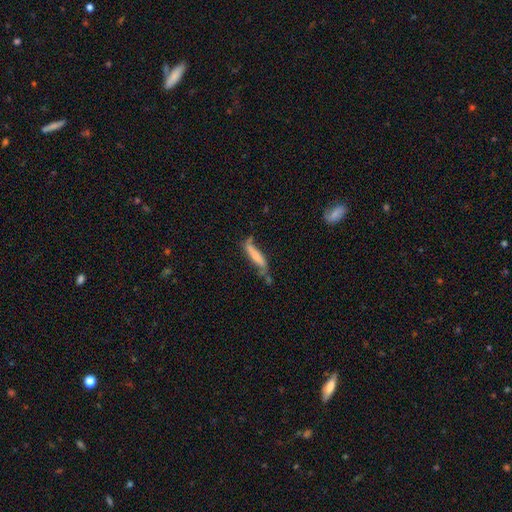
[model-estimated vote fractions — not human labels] Q: Smooth or featured?
A: smooth (54%); runner-up: featured or disk (39%)
Q: How rounded?
A: cigar-shaped (83%); runner-up: in between (15%)
Q: Merging?
A: none (48%); runner-up: minor disturbance (29%)